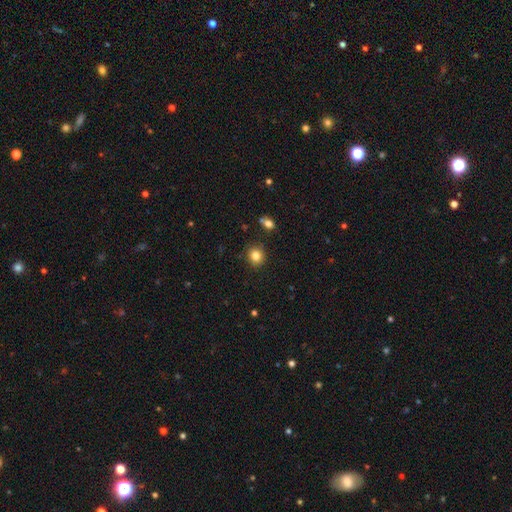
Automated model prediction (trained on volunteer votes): smooth-or-featured: smooth: 83% | star or artifact: 11% | featured or disk: 6%
  how-rounded: round: 85% | in between: 14% | cigar-shaped: 1%
  merging: none: 88% | minor disturbance: 8% | merger: 2% | major disturbance: 2%